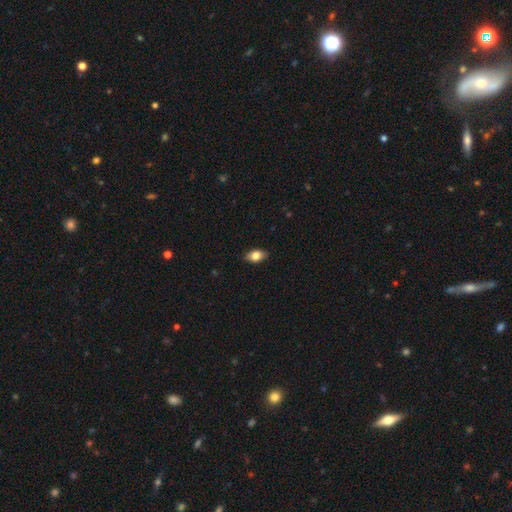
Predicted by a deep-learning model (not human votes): This is clearly a smooth galaxy (81%). How rounded: clearly in between (89%). Merging: clearly none (88%).